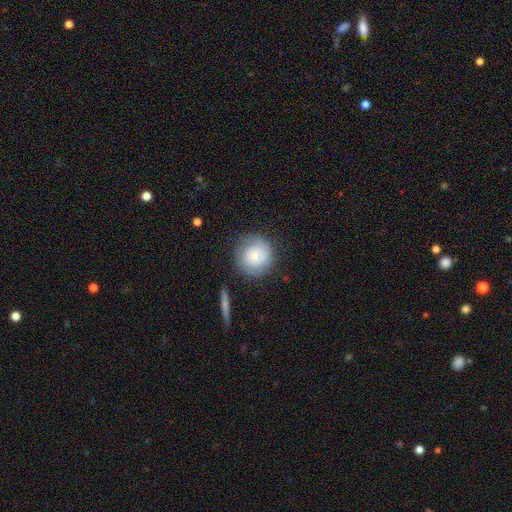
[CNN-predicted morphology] A smooth galaxy with no disk features (68%) that is round (92%). Merging: none (74%).